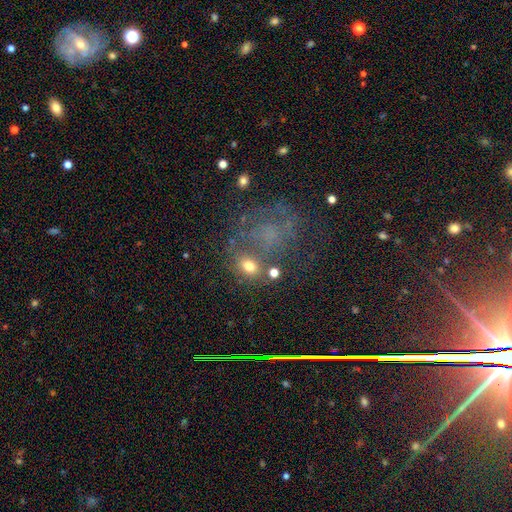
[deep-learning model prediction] star or artifact 49%, featured or disk 35%, smooth 16%.